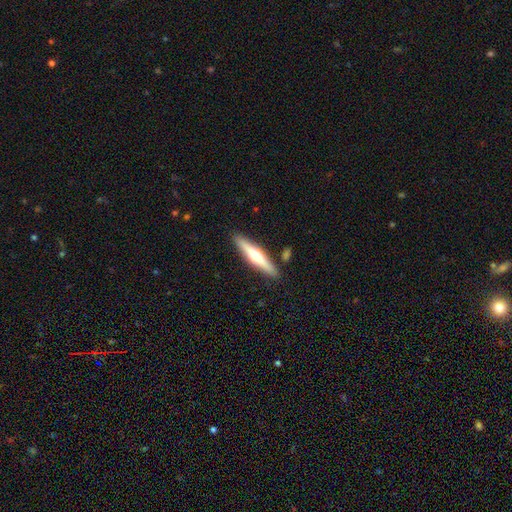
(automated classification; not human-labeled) Morphology: type=featured or disk (55%); edge-on=yes (95%); edge-on bulge=rounded (89%); merging=none (88%).